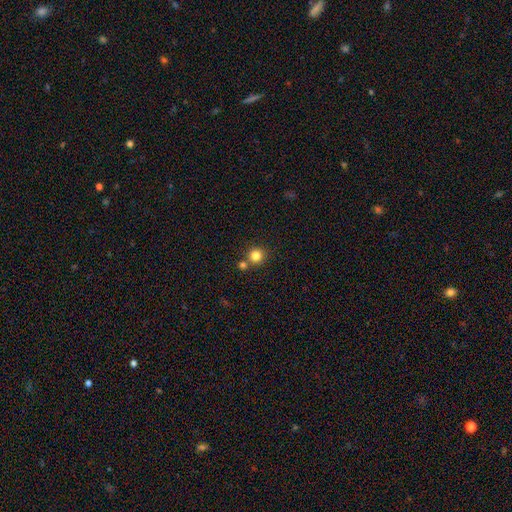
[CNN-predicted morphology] Smooth or featured?
  - smooth: 82% *
  - star or artifact: 12%
  - featured or disk: 6%
How rounded?
  - round: 92% *
  - in between: 7%
  - cigar-shaped: 1%
Merging?
  - none: 73% *
  - merger: 18%
  - minor disturbance: 7%
  - major disturbance: 2%